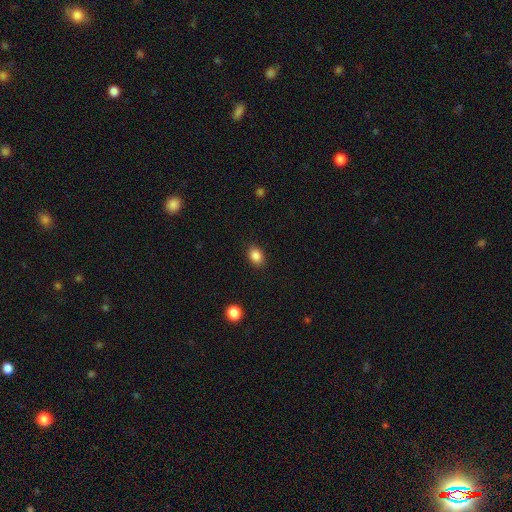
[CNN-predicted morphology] smooth 86%, star or artifact 10%, featured or disk 4%. Down the decision tree: how rounded — in between (71%); merging — none (87%).